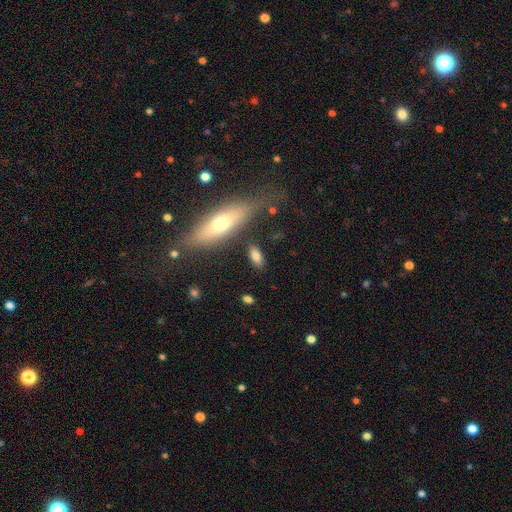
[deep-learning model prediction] The model was most divided on "how rounded": in between: 81%, cigar-shaped: 15%, round: 5%. More confident: merging — none (81%); smooth or featured — smooth (80%).